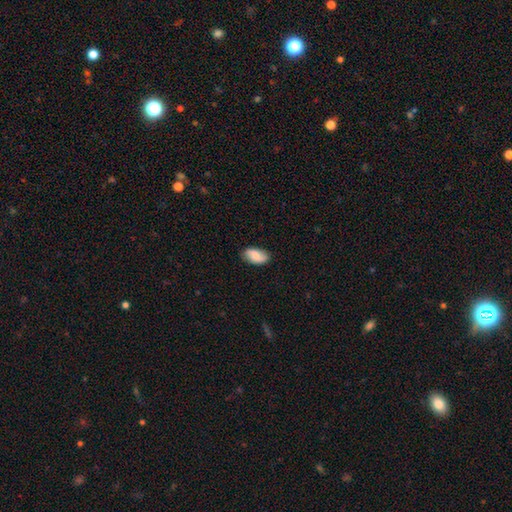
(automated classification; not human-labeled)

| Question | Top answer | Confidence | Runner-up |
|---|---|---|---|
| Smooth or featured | smooth | 78% | featured or disk (15%) |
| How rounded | in between | 94% | round (4%) |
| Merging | none | 83% | minor disturbance (14%) |